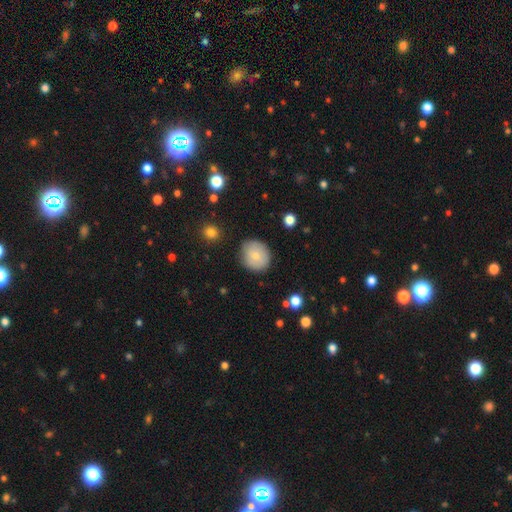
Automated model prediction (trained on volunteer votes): smooth-or-featured: smooth: 77% | featured or disk: 15% | star or artifact: 8%
  how-rounded: round: 79% | in between: 20% | cigar-shaped: 1%
  merging: none: 81% | minor disturbance: 14% | major disturbance: 3% | merger: 2%